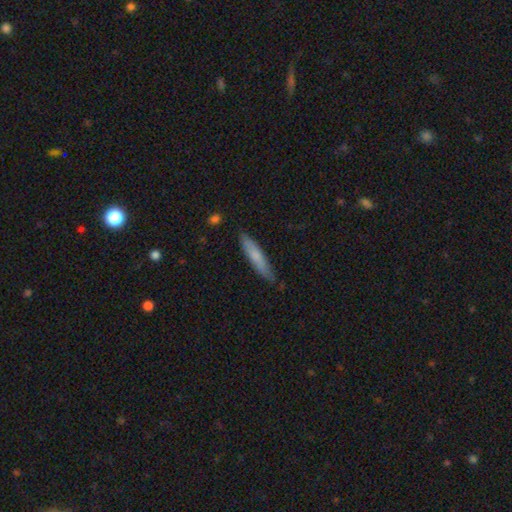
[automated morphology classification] smooth_or_featured: smooth (p=0.70) [alt: featured or disk p=0.24]
how_rounded: cigar-shaped (p=0.89) [alt: in between p=0.10]
merging: none (p=0.83) [alt: minor disturbance p=0.13]